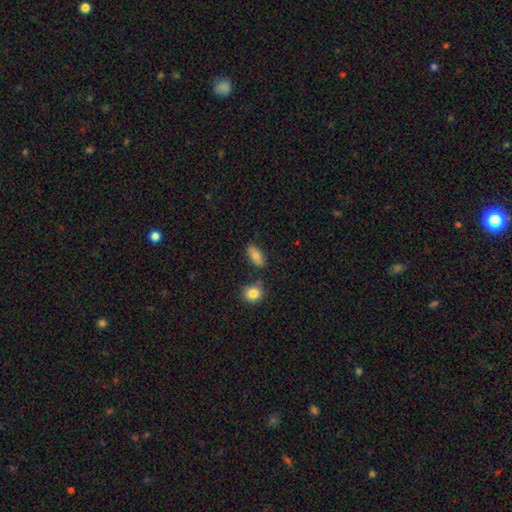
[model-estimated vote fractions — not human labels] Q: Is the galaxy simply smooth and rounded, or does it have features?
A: smooth — 77%.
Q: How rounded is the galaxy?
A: in between — 85%.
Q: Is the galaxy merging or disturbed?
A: none — 75%.